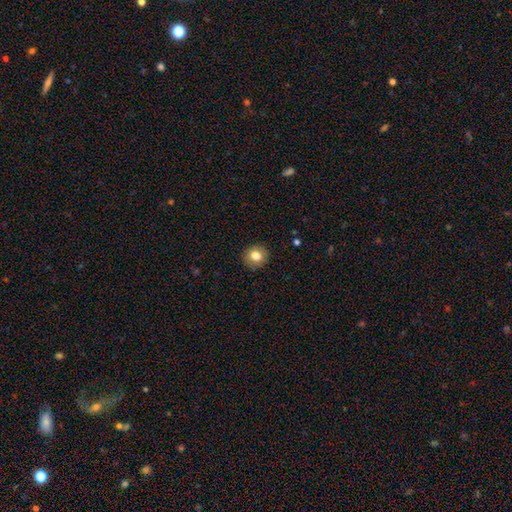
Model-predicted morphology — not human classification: Overall: smooth (81%). How rounded: round (88%). Merging: none (91%).